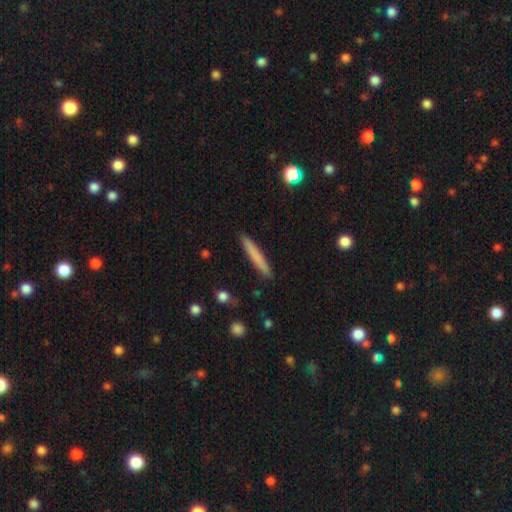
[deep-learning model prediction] smooth-or-featured: smooth: 74% | featured or disk: 20% | star or artifact: 6%
  how-rounded: cigar-shaped: 95% | in between: 3% | round: 1%
  merging: none: 90% | minor disturbance: 7% | major disturbance: 1% | merger: 1%